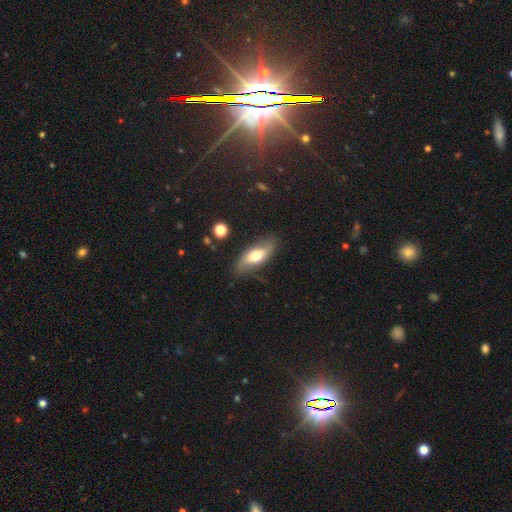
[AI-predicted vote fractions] Morphology: type=smooth (52%); roundness=in between (75%); merging=none (75%).